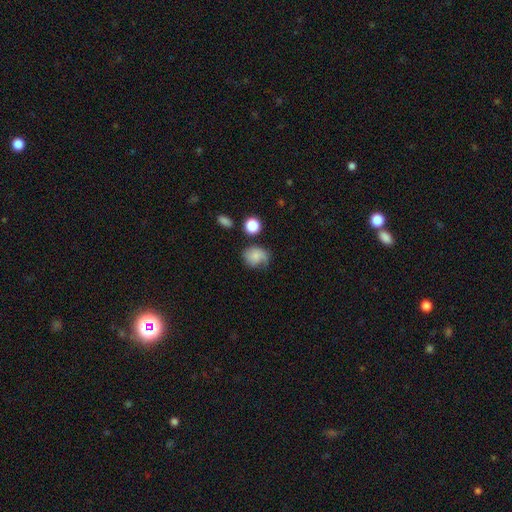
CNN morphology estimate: The model was most divided on "how rounded": round: 56%, in between: 43%, cigar-shaped: 1%. Remaining: smooth or featured — smooth (65%); merging — none (45%).